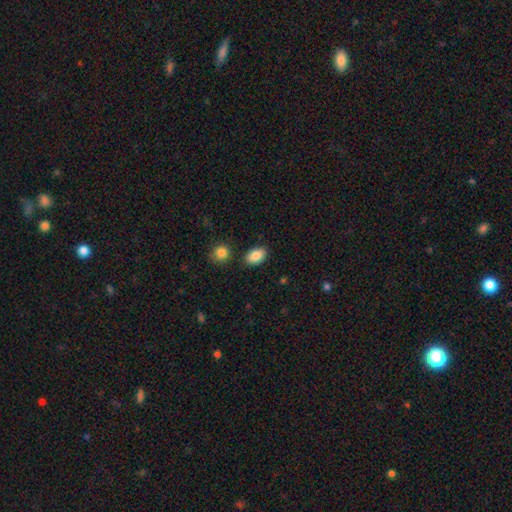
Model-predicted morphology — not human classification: Smooth or featured?
  - smooth: 87% *
  - star or artifact: 7%
  - featured or disk: 6%
How rounded?
  - in between: 89% *
  - round: 10%
  - cigar-shaped: 1%
Merging?
  - none: 85% *
  - minor disturbance: 9%
  - merger: 4%
  - major disturbance: 2%